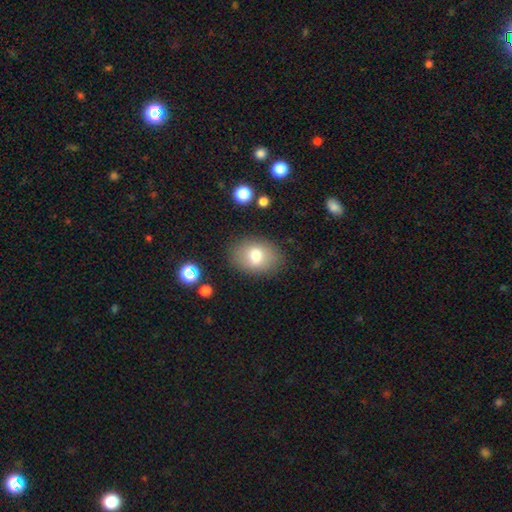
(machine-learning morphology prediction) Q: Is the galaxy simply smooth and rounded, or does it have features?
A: smooth — 75%.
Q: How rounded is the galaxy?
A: in between — 73%.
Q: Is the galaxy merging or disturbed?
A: none — 82%.